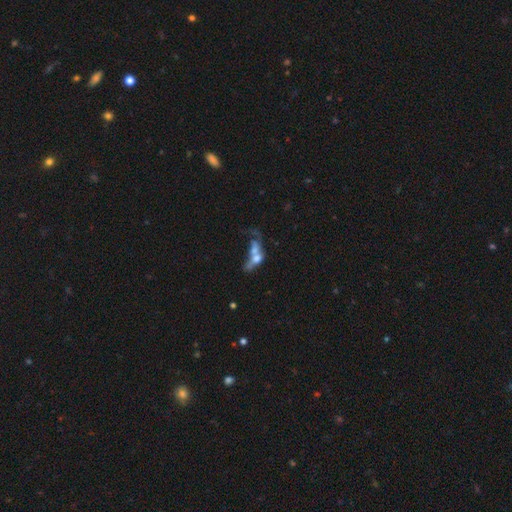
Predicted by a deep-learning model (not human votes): The model was most divided on "smooth or featured": featured or disk: 45%, smooth: 42%, star or artifact: 13%. More confident: merging — merger (62%).